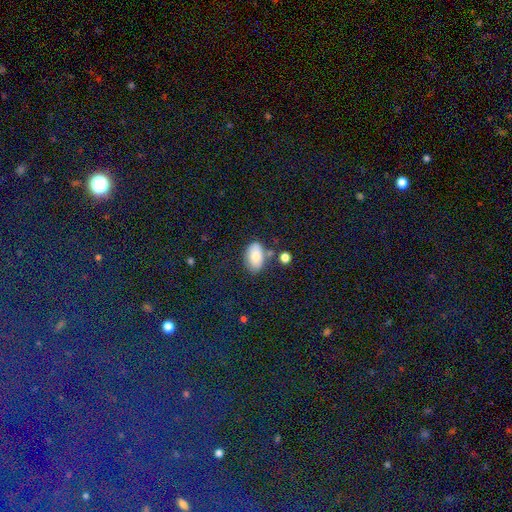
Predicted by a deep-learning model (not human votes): Q: Smooth or featured?
A: smooth (80%); runner-up: featured or disk (12%)
Q: How rounded?
A: in between (91%); runner-up: round (8%)
Q: Merging?
A: none (69%); runner-up: minor disturbance (17%)